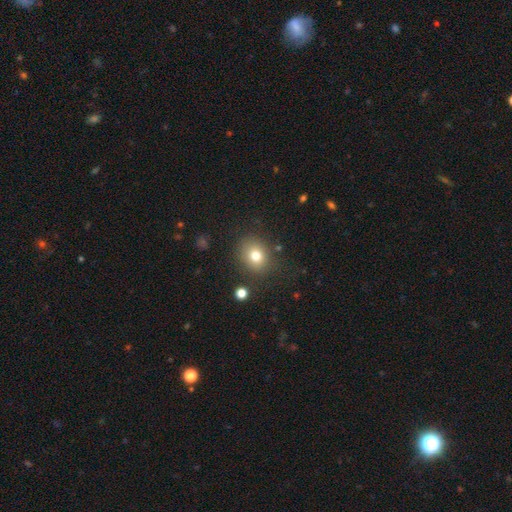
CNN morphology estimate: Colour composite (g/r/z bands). It shows a smooth galaxy with no disk features (76%) that is round (66%). Merging: none (82%).